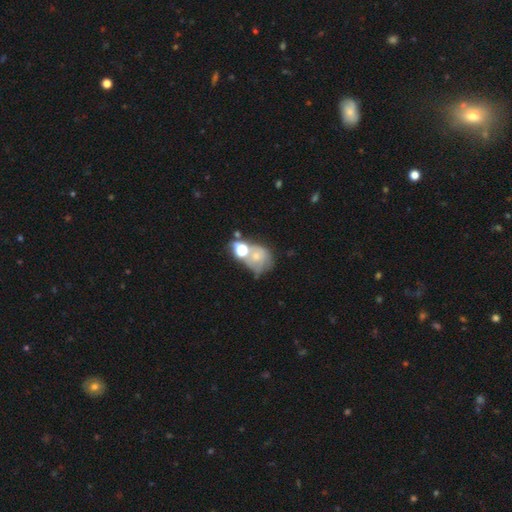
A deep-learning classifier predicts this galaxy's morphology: smooth 49%, featured or disk 31%, star or artifact 19%. Down the decision tree: merging — merger (38%).